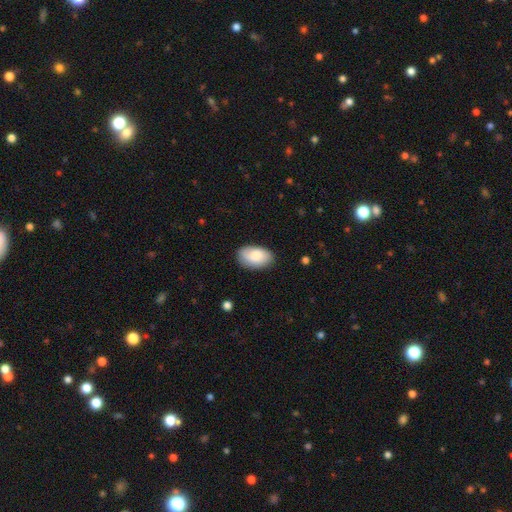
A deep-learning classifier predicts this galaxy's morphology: This appears to be a smooth galaxy with no disk features (83%) that is in between round and cigar-shaped (94%). Merging: none (84%).